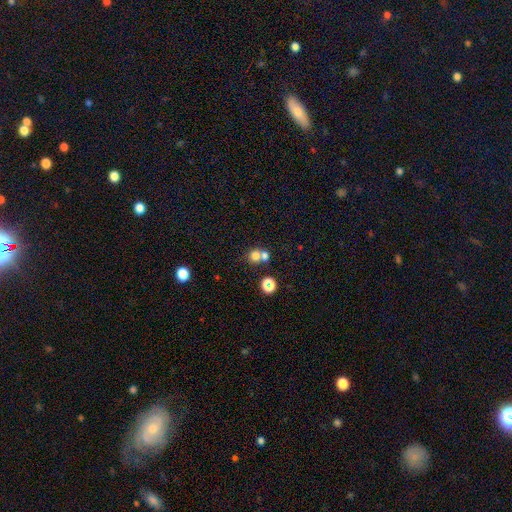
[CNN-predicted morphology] type=smooth (73%); roundness=round (83%); merging=merger (48%).